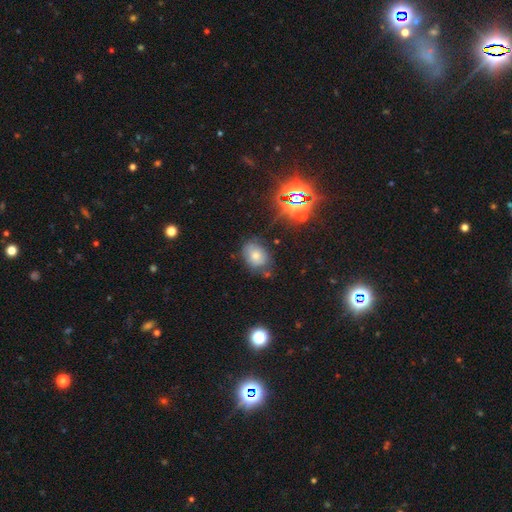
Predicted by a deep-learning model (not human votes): smooth_or_featured: smooth (p=0.60) [alt: featured or disk p=0.21]
how_rounded: in between (p=0.61) [alt: round p=0.38]
merging: none (p=0.65) [alt: minor disturbance p=0.24]